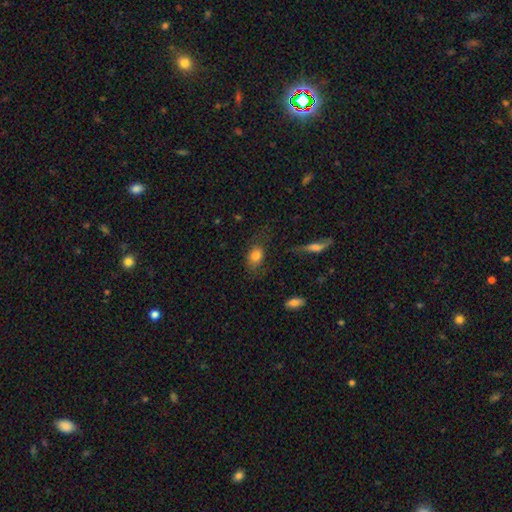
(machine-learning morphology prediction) A smooth galaxy with no disk features (80%) that is in between round and cigar-shaped (76%). Merging: none (65%).